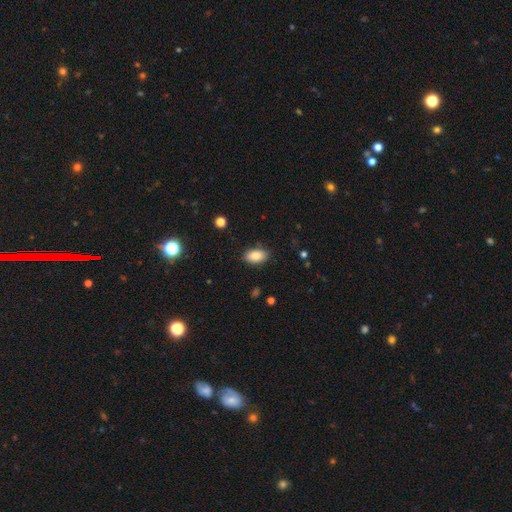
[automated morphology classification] Overall: smooth (86%). How rounded: in between (92%). Merging: none (85%).